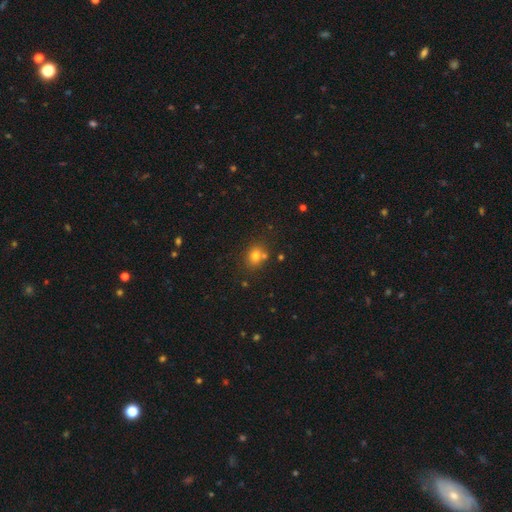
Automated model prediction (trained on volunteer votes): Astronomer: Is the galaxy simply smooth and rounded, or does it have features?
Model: smooth — 75%.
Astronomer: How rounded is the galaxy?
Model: round — 61% (runner-up: in between, 38%).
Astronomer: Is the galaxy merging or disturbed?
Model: none — 66%.